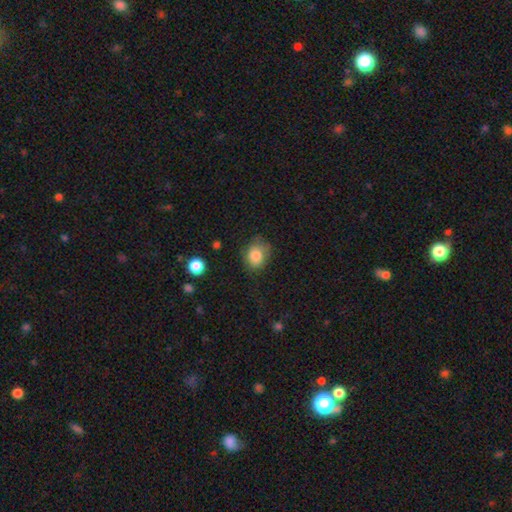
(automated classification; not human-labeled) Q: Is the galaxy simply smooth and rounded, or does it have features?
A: smooth — 83%.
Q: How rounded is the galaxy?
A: in between — 51%.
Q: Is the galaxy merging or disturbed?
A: none — 69%.